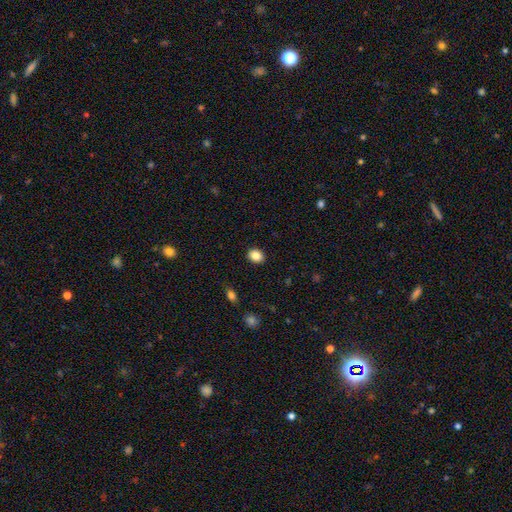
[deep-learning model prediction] This is clearly a smooth galaxy (86%). How rounded: possibly round (51%). Merging: clearly none (90%).